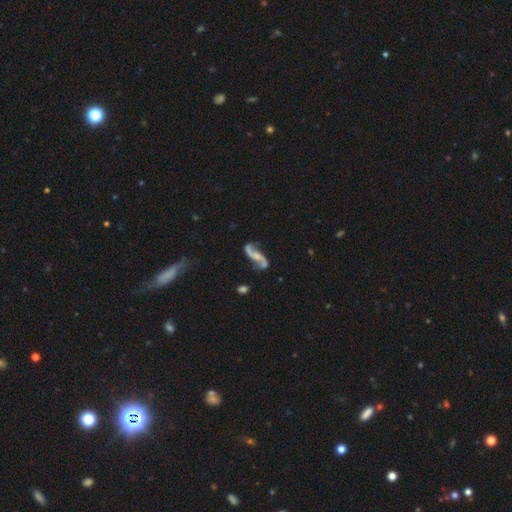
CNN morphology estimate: smooth-or-featured: featured or disk: 87% | smooth: 8% | star or artifact: 5%
  disk-edge-on: no: 95% | yes: 5%
    bar: no: 51% | weak: 35% | strong: 14%
    has-spiral-arms: yes: 96% | no: 4%
      spiral-winding: loose: 83% | medium: 13% | tight: 4%
      spiral-arm-count: 2: 94% | 1: 2% | can't tell: 2% | 3: 1% | 4: 1% | more than 4: 1%
    bulge-size: none: 39% | small: 34% | moderate: 21% | large: 5% | dominant: 2%
  merging: none: 70% | minor disturbance: 16% | major disturbance: 8% | merger: 5%